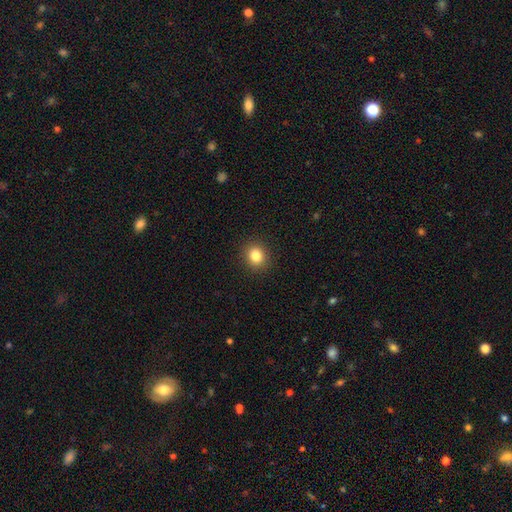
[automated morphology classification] A smooth galaxy with no disk features (83%) that is round (77%).

Vote fractions:
- Smooth or featured? smooth: 83% / star or artifact: 11% / featured or disk: 6%
- How rounded? round: 77% / in between: 22% / cigar-shaped: 1%
- Merging? none: 91% / minor disturbance: 6% / major disturbance: 2% / merger: 1%